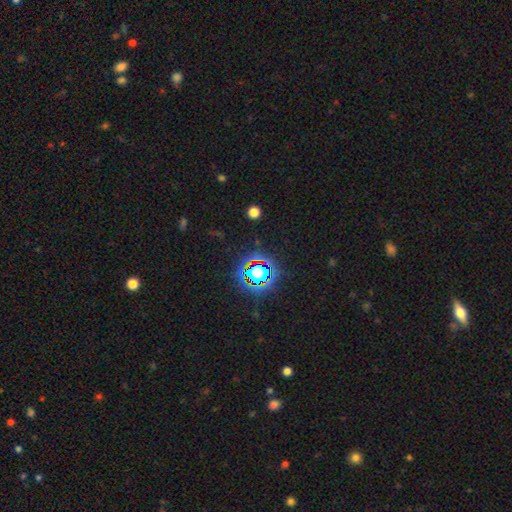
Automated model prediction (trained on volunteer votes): Smooth or featured: star or artifact — 80% (smooth — 12%)